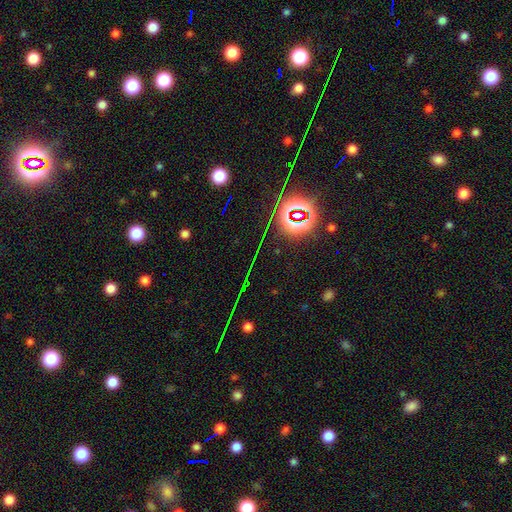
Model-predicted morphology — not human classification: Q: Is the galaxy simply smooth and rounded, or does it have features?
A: star or artifact — 78%.